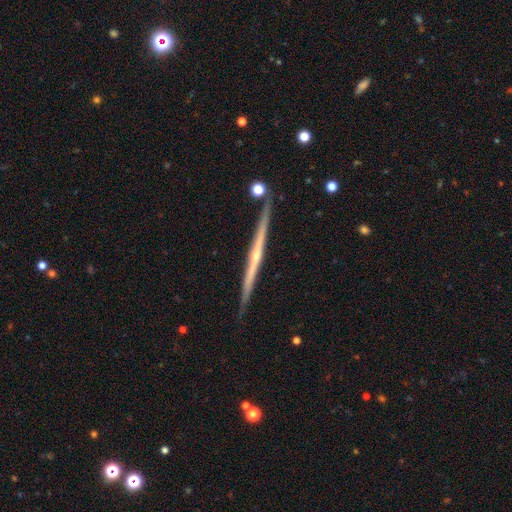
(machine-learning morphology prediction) Q: Smooth or featured?
A: featured or disk (81%); runner-up: smooth (13%)
Q: Edge-on disk?
A: yes (98%); runner-up: no (2%)
Q: Edge-on bulge?
A: rounded (55%); runner-up: none (40%)
Q: Merging?
A: none (88%); runner-up: minor disturbance (8%)